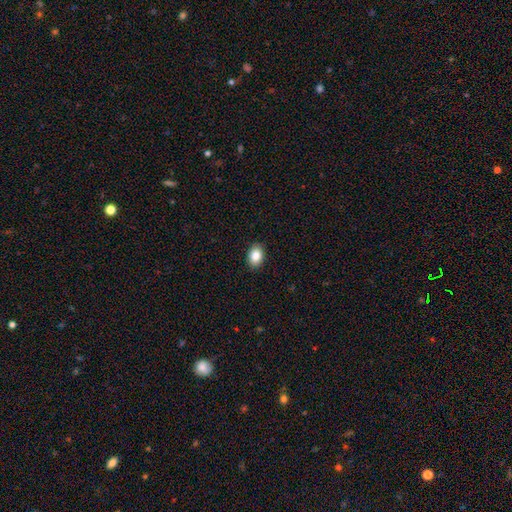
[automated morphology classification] Smooth or featured: smooth — 85% (star or artifact — 8%)
How rounded: in between — 79% (round — 20%)
Merging: none — 90% (minor disturbance — 7%)